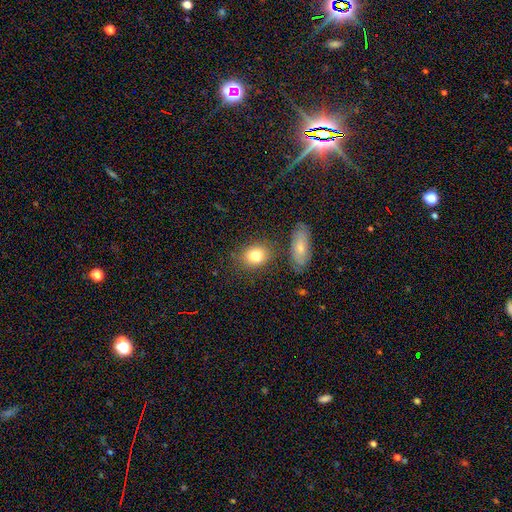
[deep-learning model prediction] Morphology: type=smooth (81%); roundness=in between (57%); merging=none (72%).